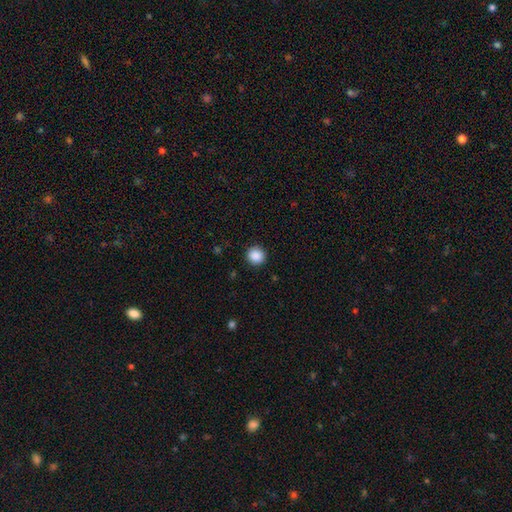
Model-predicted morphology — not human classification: Overall: smooth (88%). How rounded: round (93%). Merging: none (92%).